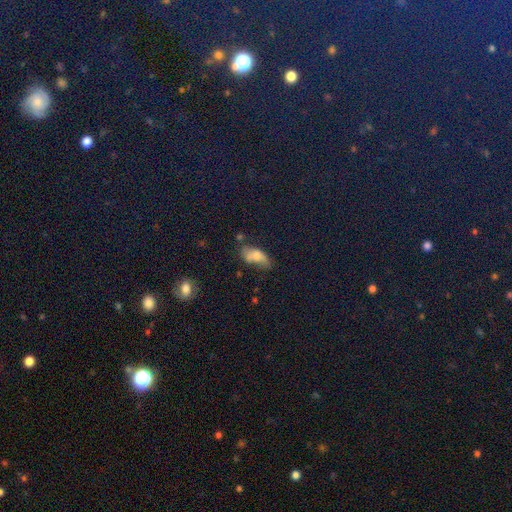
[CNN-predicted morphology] This is likely a smooth galaxy (67%). How rounded: clearly in between (83%). Merging: marginally none (41%).